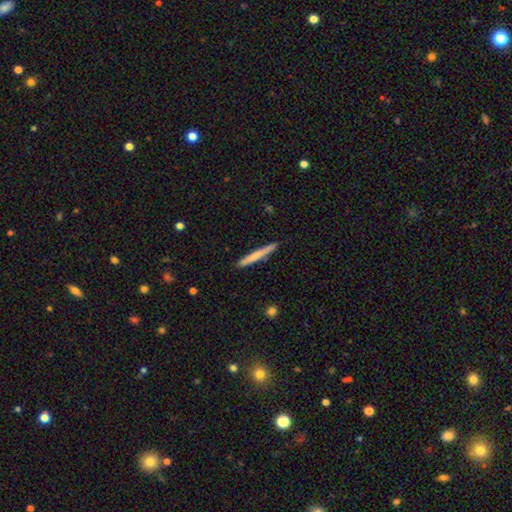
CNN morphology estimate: smooth 67%, featured or disk 28%, star or artifact 5%. Down the decision tree: how rounded — cigar-shaped (97%); merging — none (90%).